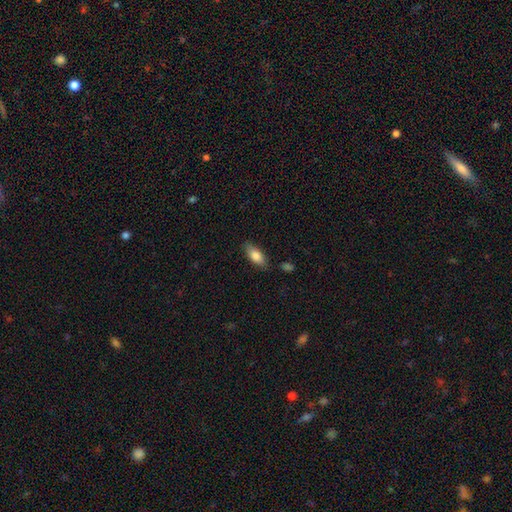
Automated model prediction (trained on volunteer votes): Smooth or featured? Predicted: smooth (p=0.82). How rounded? Predicted: in between (p=0.83). Merging? Predicted: none (p=0.81).